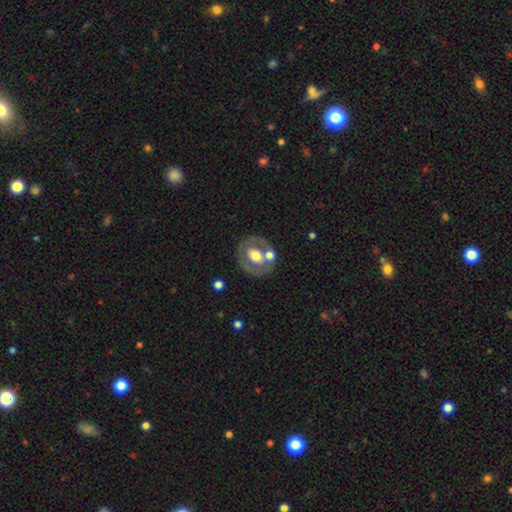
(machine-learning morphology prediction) Smooth or featured? featured or disk (48%)
Merging? none (63%)